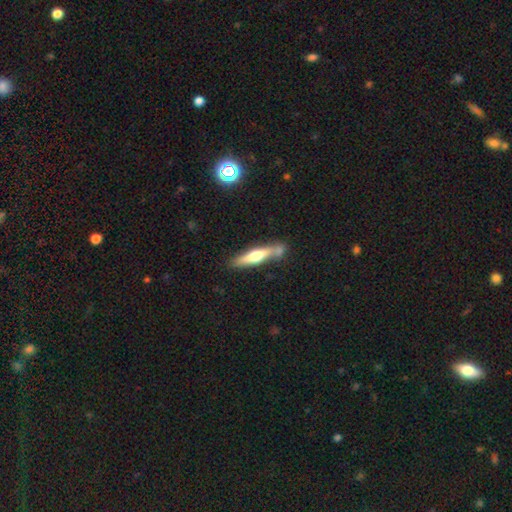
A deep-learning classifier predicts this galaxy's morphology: The model was most divided on "smooth or featured": featured or disk: 50%, smooth: 45%, star or artifact: 5%. More confident: merging — none (65%).